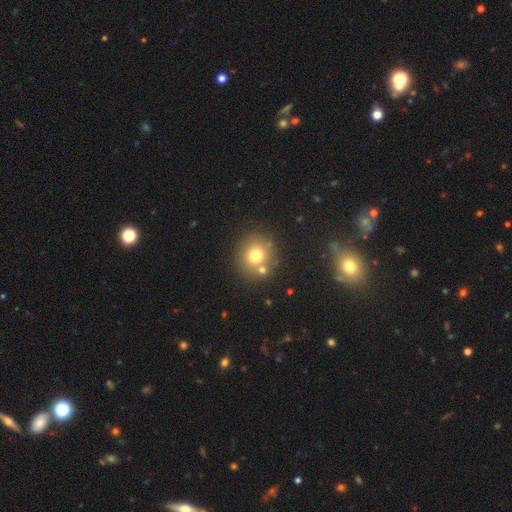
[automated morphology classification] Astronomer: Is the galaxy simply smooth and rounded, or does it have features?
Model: smooth — 72%.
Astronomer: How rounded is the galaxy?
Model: round — 88%.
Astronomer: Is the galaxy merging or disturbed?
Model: none — 72%.